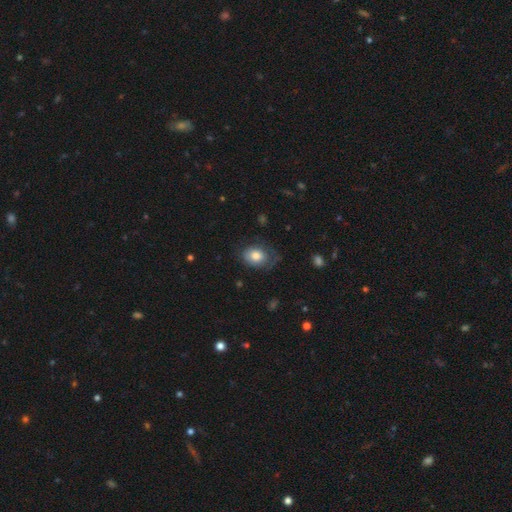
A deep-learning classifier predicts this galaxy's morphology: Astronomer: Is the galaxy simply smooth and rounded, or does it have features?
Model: smooth — 70%.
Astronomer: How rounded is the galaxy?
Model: in between — 64%.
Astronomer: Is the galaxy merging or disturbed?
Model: none — 54%.